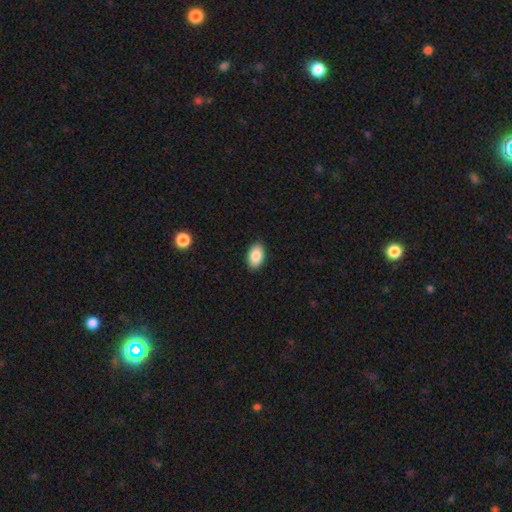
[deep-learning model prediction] The model was most divided on "smooth or featured": smooth: 87%, star or artifact: 7%, featured or disk: 6%. More confident: how rounded — in between (91%); merging — none (89%).